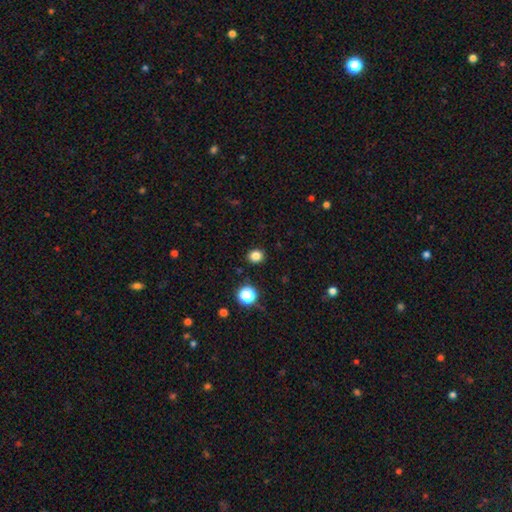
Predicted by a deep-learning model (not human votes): Smooth or featured? Predicted: smooth (p=0.82). How rounded? Predicted: round (p=0.79). Merging? Predicted: none (p=0.91).